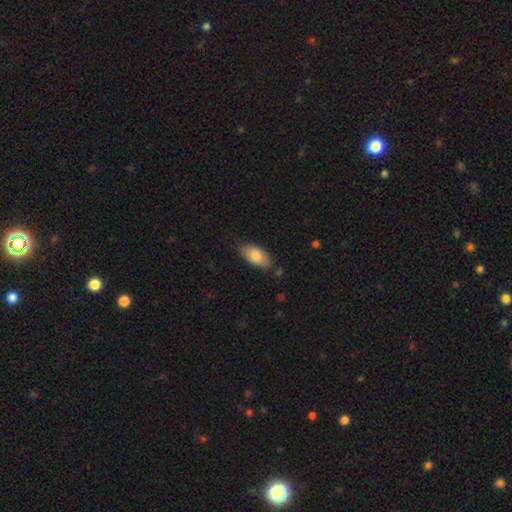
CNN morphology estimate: A smooth galaxy with no disk features (82%) that is in between round and cigar-shaped (93%).

Vote fractions:
- Smooth or featured? smooth: 82% / featured or disk: 12% / star or artifact: 6%
- How rounded? in between: 93% / cigar-shaped: 4% / round: 3%
- Merging? none: 75% / minor disturbance: 20% / major disturbance: 3% / merger: 2%